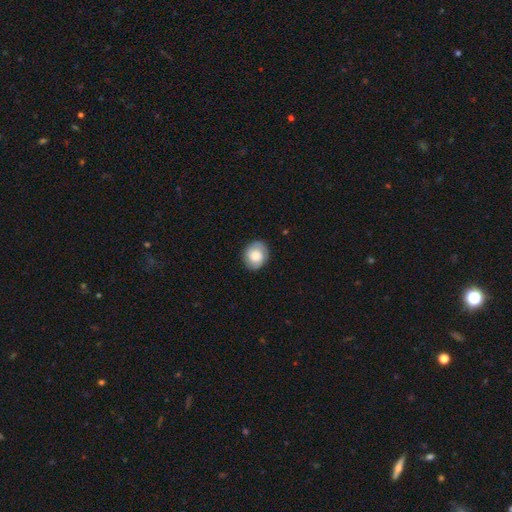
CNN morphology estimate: The model was most divided on "smooth or featured": smooth: 63%, featured or disk: 29%, star or artifact: 8%. More confident: merging — none (81%); how rounded — round (71%).